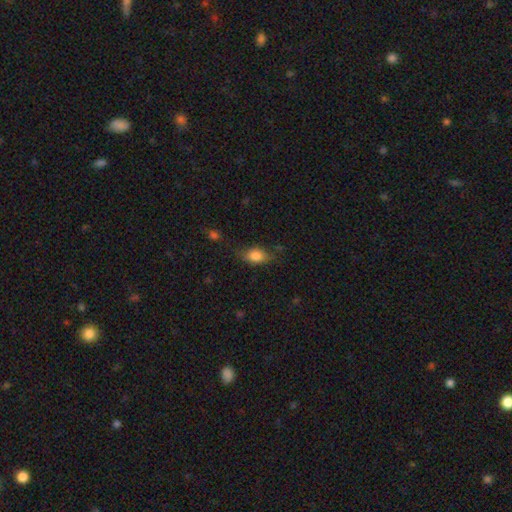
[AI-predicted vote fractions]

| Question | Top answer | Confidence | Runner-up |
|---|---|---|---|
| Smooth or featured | smooth | 81% | featured or disk (10%) |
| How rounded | in between | 80% | round (16%) |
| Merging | none | 68% | minor disturbance (23%) |